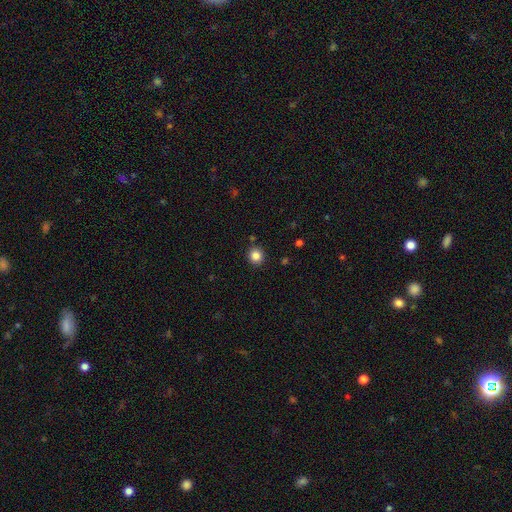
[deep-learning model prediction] Q: Smooth or featured?
A: smooth (84%); runner-up: star or artifact (11%)
Q: How rounded?
A: round (90%); runner-up: in between (9%)
Q: Merging?
A: none (89%); runner-up: minor disturbance (6%)